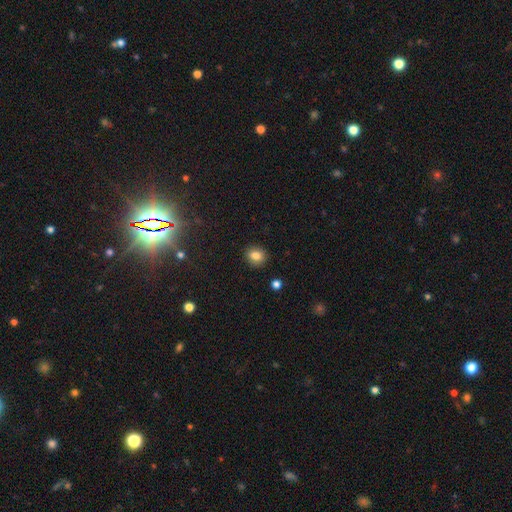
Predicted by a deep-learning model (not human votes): A smooth galaxy with no disk features (82%) that is round (72%).

Vote fractions:
- Smooth or featured? smooth: 82% / star or artifact: 11% / featured or disk: 7%
- How rounded? round: 72% / in between: 27% / cigar-shaped: 1%
- Merging? none: 89% / minor disturbance: 7% / major disturbance: 2% / merger: 1%